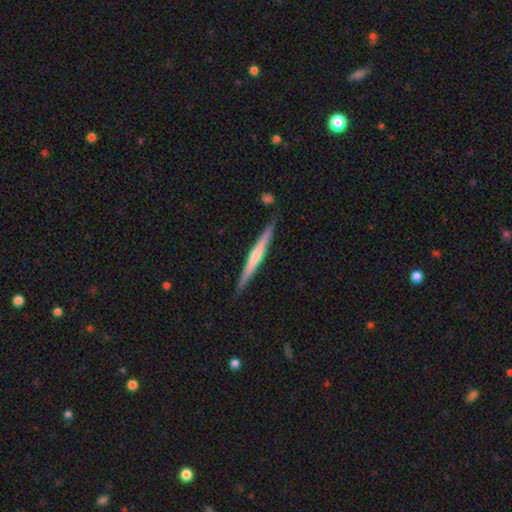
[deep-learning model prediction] smooth_or_featured: featured or disk (p=0.61) [alt: smooth p=0.34]
disk_edge_on: yes (p=0.98) [alt: no p=0.02]
edge_on_bulge: rounded (p=0.63) [alt: none p=0.31]
merging: none (p=0.88) [alt: minor disturbance p=0.09]